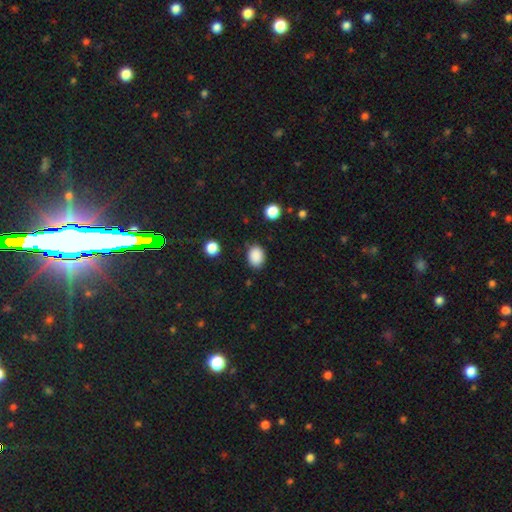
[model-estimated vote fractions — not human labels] This is clearly a smooth galaxy (87%). How rounded: likely in between (62%). Merging: clearly none (82%).